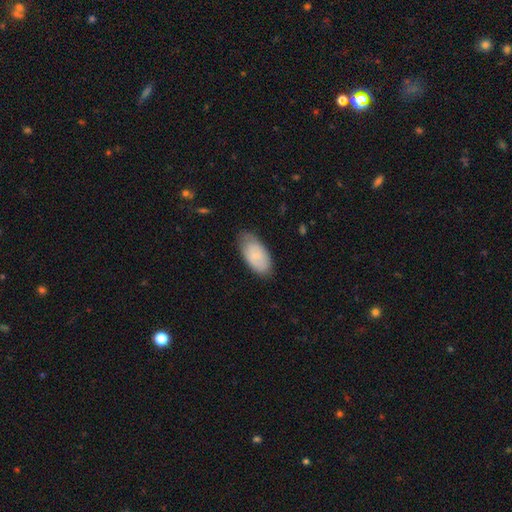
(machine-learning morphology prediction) This appears to be a smooth galaxy with no disk features (71%) that is in between round and cigar-shaped (94%). Merging: none (71%).